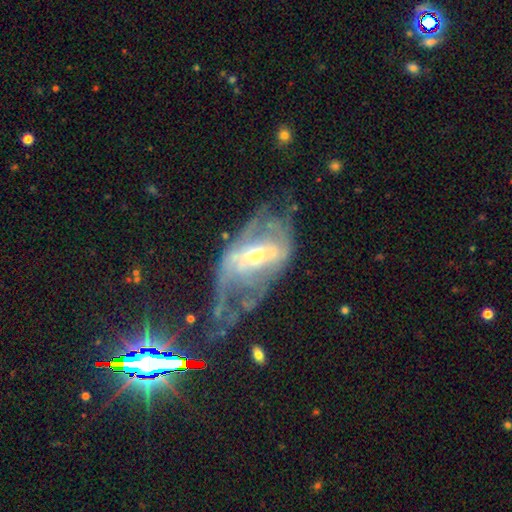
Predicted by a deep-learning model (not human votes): Smooth or featured: featured or disk — 80% (smooth — 13%)
Edge-on disk: no — 93% (yes — 7%)
Bar: weak — 41% (strong — 39%)
Spiral arms: yes — 74% (no — 26%)
Spiral winding: loose — 41% (medium — 36%)
Spiral arm count: 2 — 51% (can't tell — 28%)
Bulge size: moderate — 63% (small — 24%)
Merging: major disturbance — 48% (none — 26%)